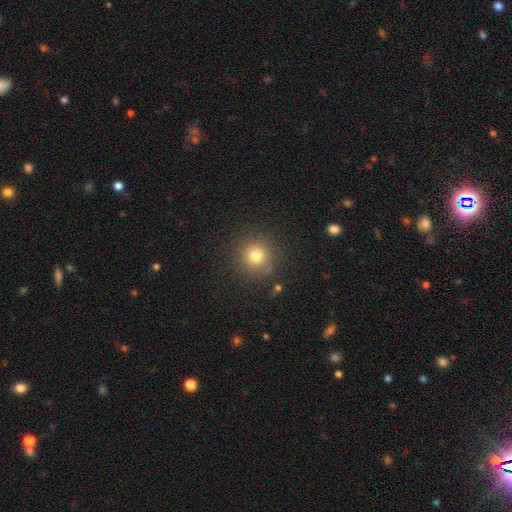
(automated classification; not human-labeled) A smooth galaxy with no disk features (77%) that is round (93%). Merging: none (86%).